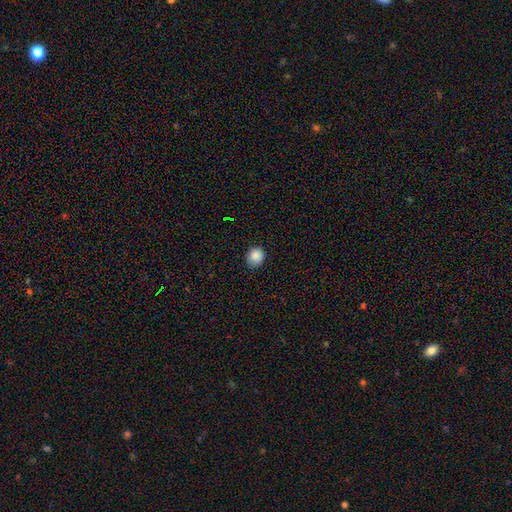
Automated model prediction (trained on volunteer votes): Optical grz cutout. It shows a smooth galaxy with no disk features (86%) that is round (78%). Merging: none (82%).